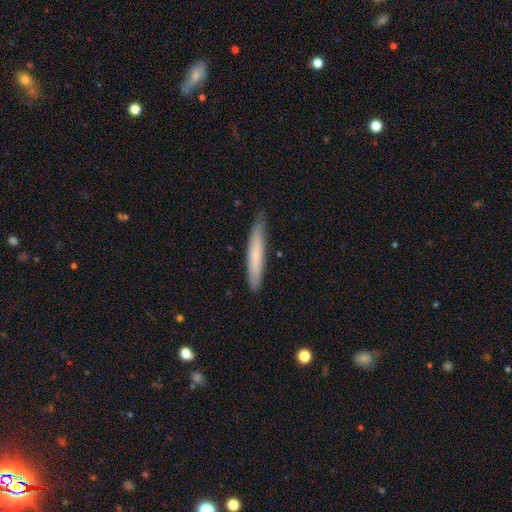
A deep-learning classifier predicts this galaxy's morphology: A smooth galaxy with no disk features (71%) that is cigar-shaped (94%).

Vote fractions:
- Smooth or featured? smooth: 71% / featured or disk: 24% / star or artifact: 6%
- How rounded? cigar-shaped: 94% / in between: 5% / round: 1%
- Merging? none: 85% / minor disturbance: 12% / major disturbance: 2% / merger: 1%